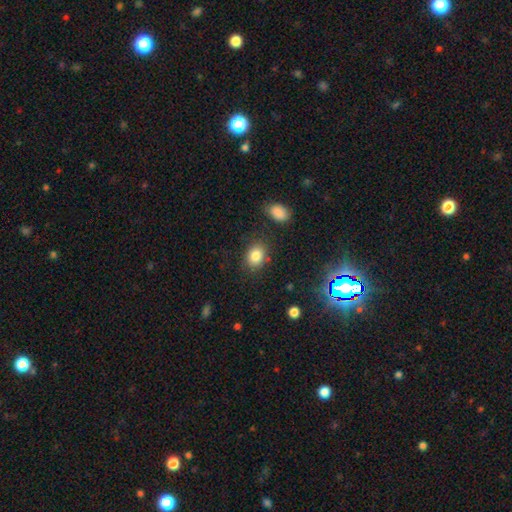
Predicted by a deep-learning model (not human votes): Smooth or featured? smooth (84%)
How rounded? in between (58%)
Merging? none (80%)